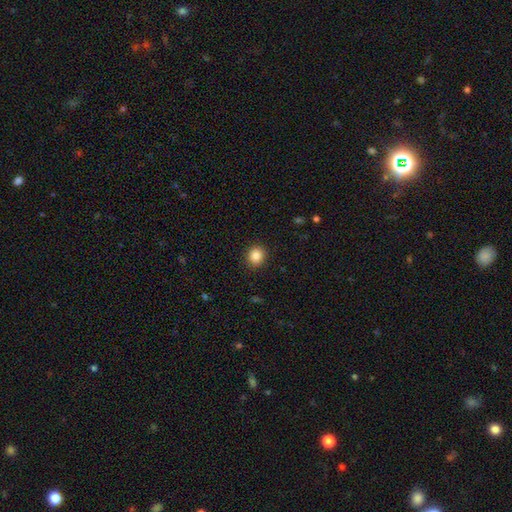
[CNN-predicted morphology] type=smooth (86%); roundness=round (86%); merging=none (91%).